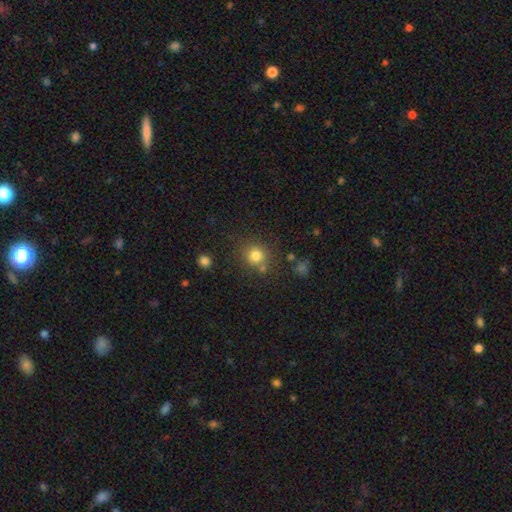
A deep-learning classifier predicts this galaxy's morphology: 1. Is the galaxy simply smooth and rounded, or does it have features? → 81% smooth, 13% star or artifact, 7% featured or disk.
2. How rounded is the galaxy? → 88% round, 11% in between, 1% cigar-shaped.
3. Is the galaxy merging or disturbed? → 73% none, 12% merger, 11% minor disturbance, 4% major disturbance.